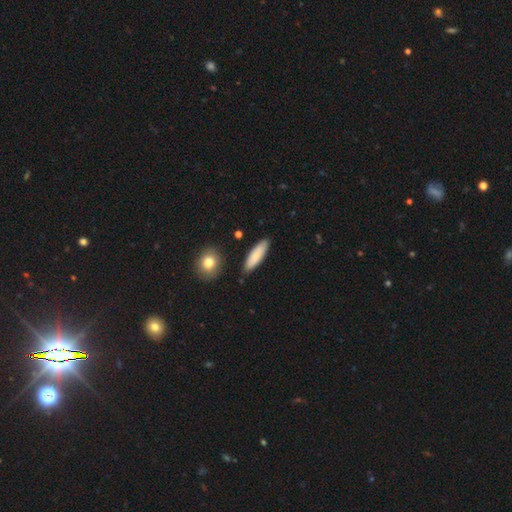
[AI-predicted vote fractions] A smooth galaxy with no disk features (82%) that is cigar-shaped (53%).

Vote fractions:
- Smooth or featured? smooth: 82% / featured or disk: 13% / star or artifact: 6%
- How rounded? cigar-shaped: 53% / in between: 45% / round: 2%
- Merging? none: 83% / minor disturbance: 12% / merger: 3% / major disturbance: 2%